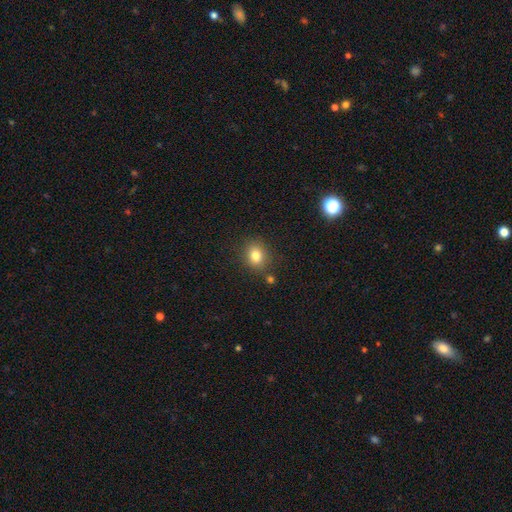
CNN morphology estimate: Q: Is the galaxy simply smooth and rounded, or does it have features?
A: smooth — 81%.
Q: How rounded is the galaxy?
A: round — 65%.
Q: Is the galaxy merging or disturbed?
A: none — 80%.